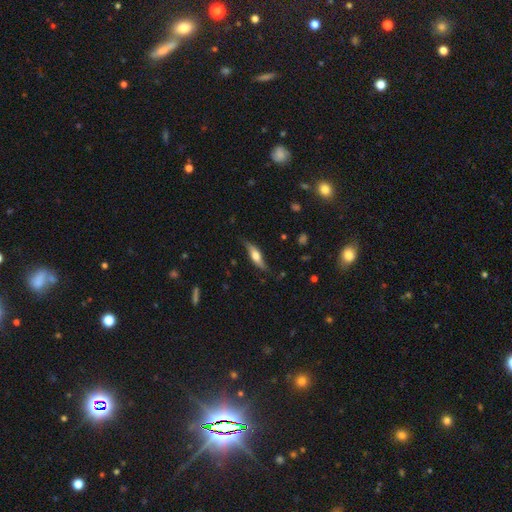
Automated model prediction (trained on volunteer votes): smooth-or-featured: featured or disk: 52% | smooth: 42% | star or artifact: 6%
  disk-edge-on: yes: 75% | no: 25%
  merging: none: 71% | minor disturbance: 23% | major disturbance: 5% | merger: 2%